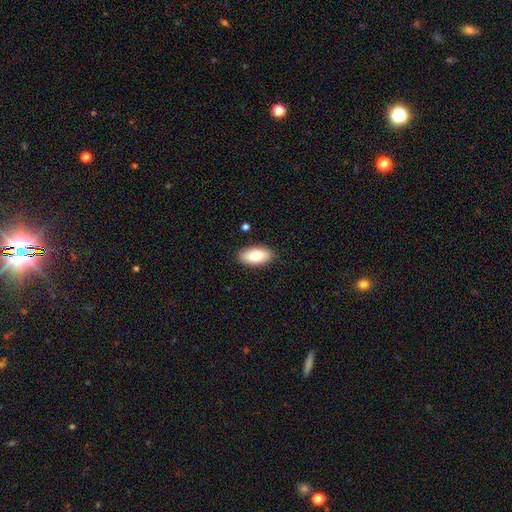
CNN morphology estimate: type=smooth (82%); roundness=in between (93%); merging=none (86%).